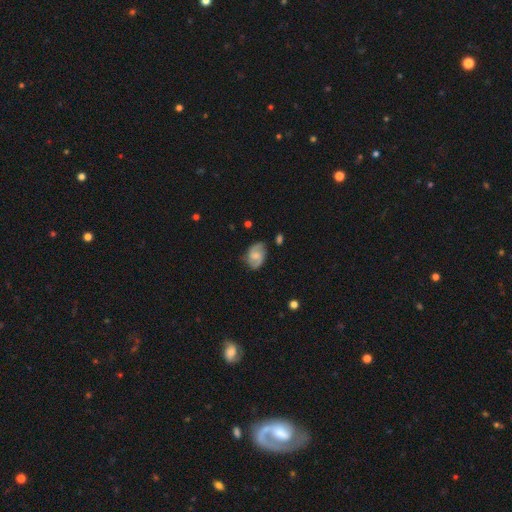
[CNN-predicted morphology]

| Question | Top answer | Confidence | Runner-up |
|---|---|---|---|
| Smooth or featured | featured or disk | 64% | smooth (29%) |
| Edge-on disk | no | 97% | yes (3%) |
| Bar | weak | 49% | no (41%) |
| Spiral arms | yes | 91% | no (9%) |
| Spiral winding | medium | 47% | loose (30%) |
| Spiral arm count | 2 | 85% | can't tell (8%) |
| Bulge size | small | 47% | moderate (36%) |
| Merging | none | 75% | minor disturbance (18%) |